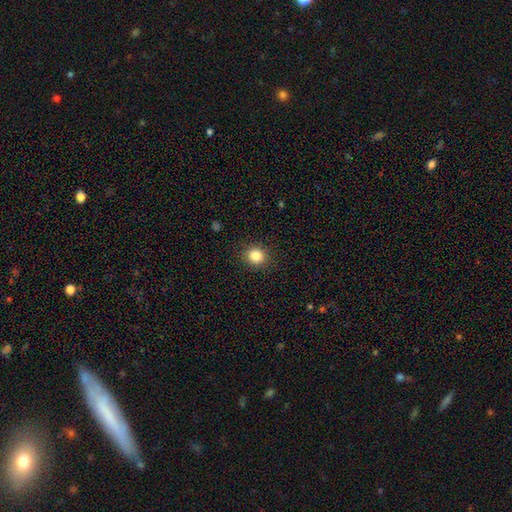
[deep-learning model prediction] Smooth or featured? Predicted: smooth (p=0.84). How rounded? Predicted: round (p=0.85). Merging? Predicted: none (p=0.90).